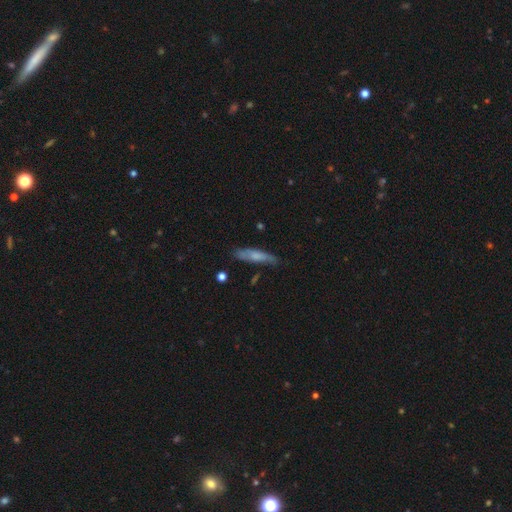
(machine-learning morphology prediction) smooth 62%, featured or disk 31%, star or artifact 7%. Down the decision tree: how rounded — cigar-shaped (78%); merging — none (72%).